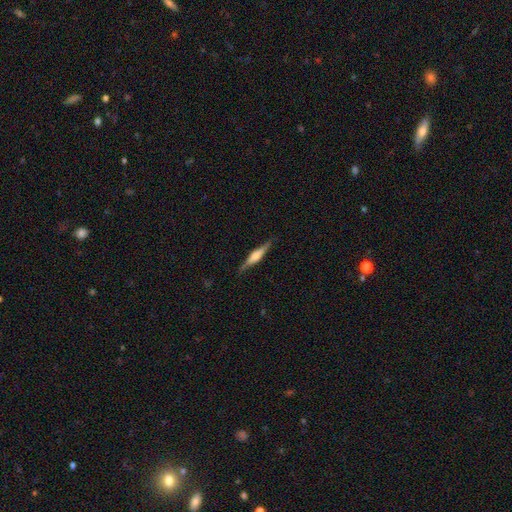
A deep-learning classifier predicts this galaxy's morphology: smooth-or-featured: featured or disk: 65% | smooth: 28% | star or artifact: 6%
  disk-edge-on: yes: 97% | no: 3%
    edge-on-bulge: rounded: 64% | boxy: 29% | none: 7%
  merging: none: 86% | minor disturbance: 10% | major disturbance: 2% | merger: 1%